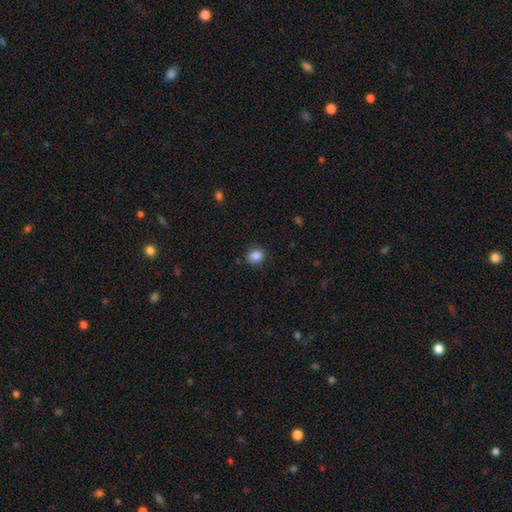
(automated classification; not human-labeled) smooth 86%, star or artifact 10%, featured or disk 3%. Down the decision tree: how rounded — round (69%); merging — none (84%).